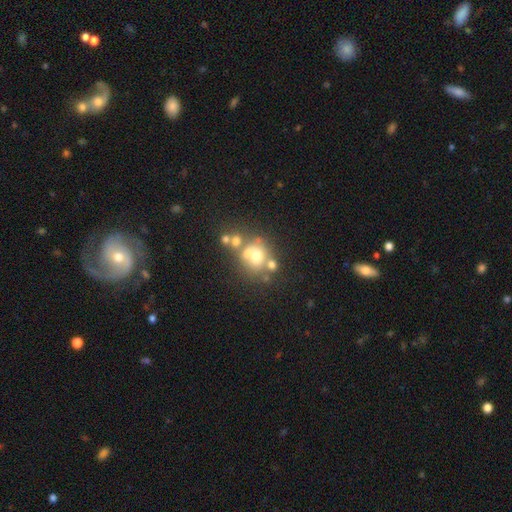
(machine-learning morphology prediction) Smooth or featured: smooth — 54% (featured or disk — 29%)
How rounded: round — 73% (in between — 26%)
Merging: none — 44% (merger — 35%)